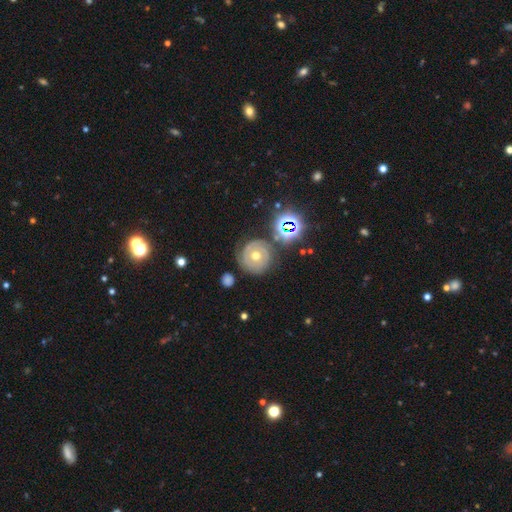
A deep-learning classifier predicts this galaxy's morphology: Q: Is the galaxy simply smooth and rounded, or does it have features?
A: featured or disk — 68%.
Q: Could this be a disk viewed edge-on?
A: no — 97%.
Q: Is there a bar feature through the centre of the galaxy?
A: no — 80%.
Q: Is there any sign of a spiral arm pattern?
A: yes — 80%.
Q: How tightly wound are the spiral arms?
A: tight — 78%.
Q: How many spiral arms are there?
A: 2 — 45%.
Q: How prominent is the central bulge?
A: moderate — 76%.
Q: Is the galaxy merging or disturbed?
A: none — 72%.